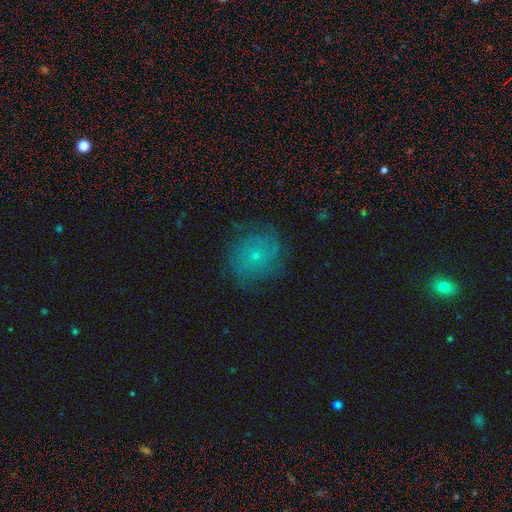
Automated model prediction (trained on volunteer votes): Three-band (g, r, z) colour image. It shows a smooth galaxy with no disk features (49%). Merging: none (73%).